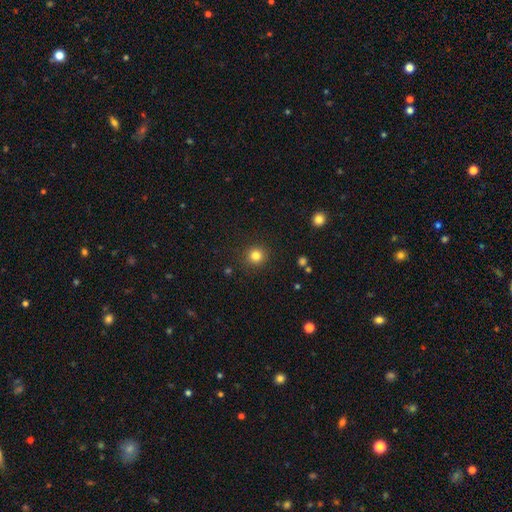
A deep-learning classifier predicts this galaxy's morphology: A smooth galaxy with no disk features (83%) that is round (93%). Merging: none (91%).